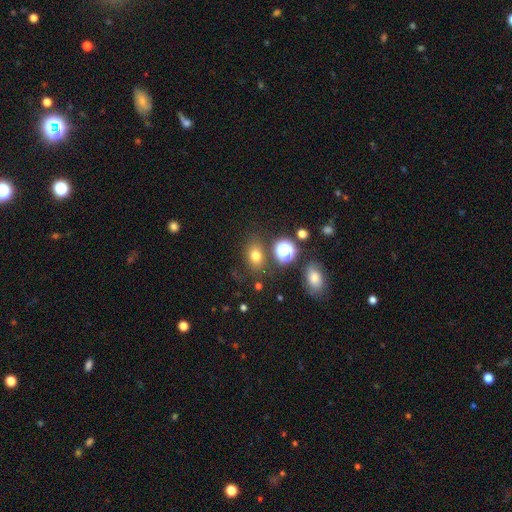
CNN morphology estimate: Smooth or featured: smooth — 70% (star or artifact — 20%)
How rounded: in between — 63% (round — 35%)
Merging: none — 77% (minor disturbance — 13%)